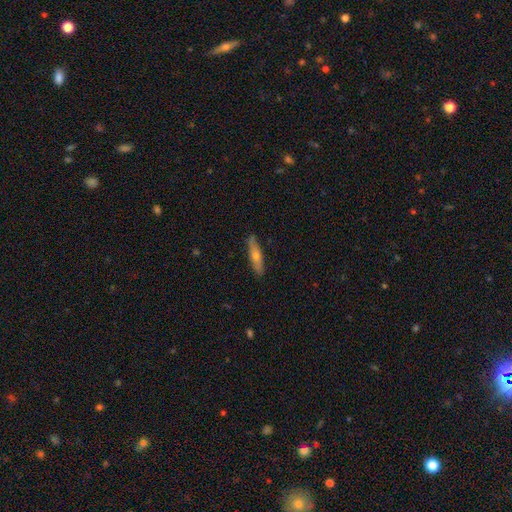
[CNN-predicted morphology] A smooth galaxy with no disk features (48%).

Vote fractions:
- Smooth or featured? smooth: 48% / featured or disk: 45% / star or artifact: 6%
- Merging? none: 88% / minor disturbance: 10% / major disturbance: 2% / merger: 1%